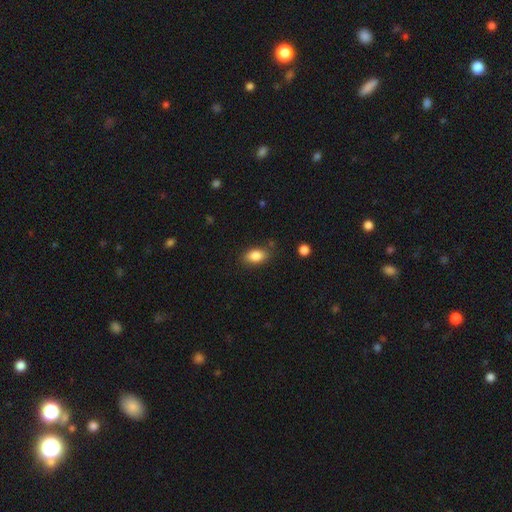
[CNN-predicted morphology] Smooth or featured?
  - smooth: 86% *
  - star or artifact: 8%
  - featured or disk: 7%
How rounded?
  - in between: 89% *
  - round: 8%
  - cigar-shaped: 3%
Merging?
  - none: 81% *
  - minor disturbance: 13%
  - major disturbance: 3%
  - merger: 2%